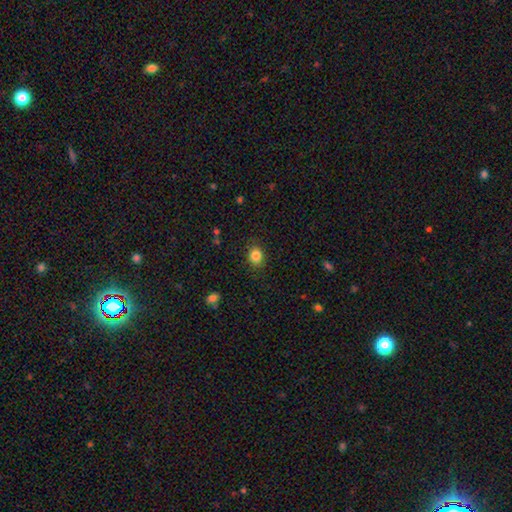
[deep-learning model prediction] A smooth galaxy with no disk features (85%) that is round (57%). Merging: none (86%).